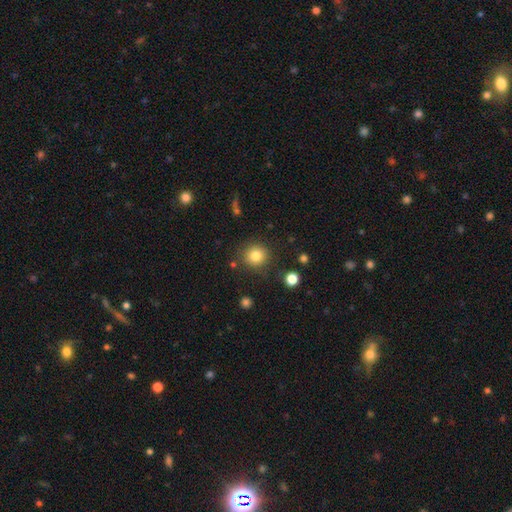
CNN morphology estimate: A smooth galaxy with no disk features (83%) that is round (91%).

Vote fractions:
- Smooth or featured? smooth: 83% / star or artifact: 11% / featured or disk: 6%
- How rounded? round: 91% / in between: 8% / cigar-shaped: 1%
- Merging? none: 85% / minor disturbance: 9% / major disturbance: 3% / merger: 3%